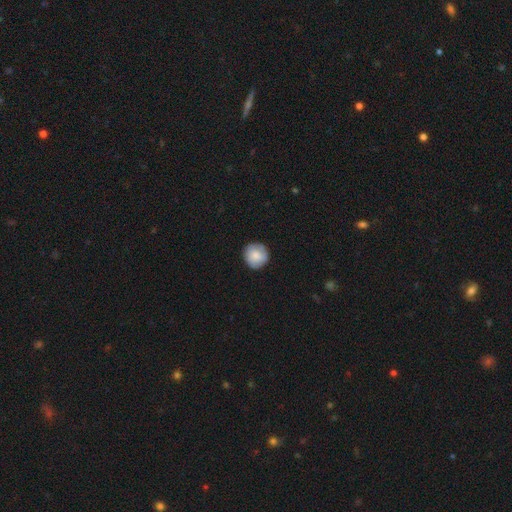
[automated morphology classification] Q: Smooth or featured?
A: smooth (74%); runner-up: featured or disk (19%)
Q: How rounded?
A: round (93%); runner-up: in between (6%)
Q: Merging?
A: none (85%); runner-up: minor disturbance (11%)